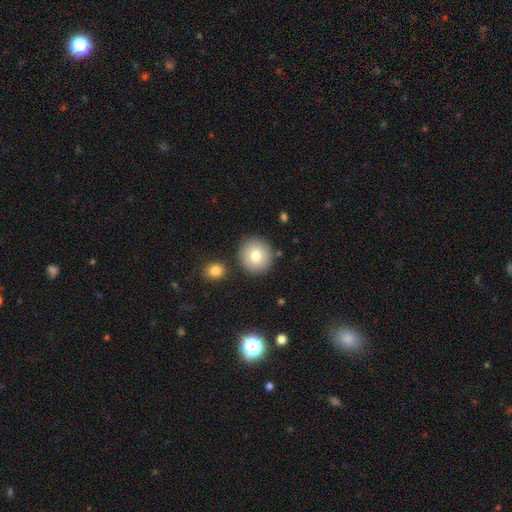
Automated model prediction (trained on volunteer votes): Overall: smooth (78%). How rounded: round (93%). Merging: none (84%).